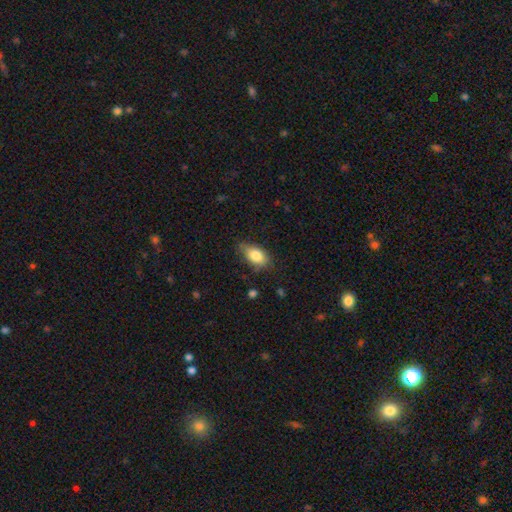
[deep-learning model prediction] smooth 82%, featured or disk 11%, star or artifact 8%. Down the decision tree: how rounded — in between (88%); merging — none (66%).